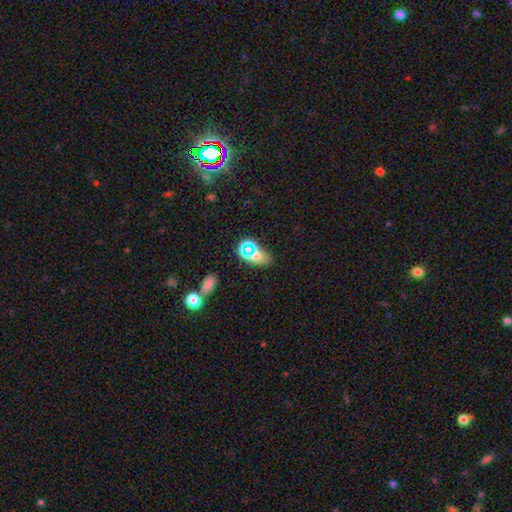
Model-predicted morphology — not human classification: Q: Smooth or featured?
A: smooth (55%); runner-up: star or artifact (33%)
Q: How rounded?
A: in between (79%); runner-up: round (16%)
Q: Merging?
A: none (62%); runner-up: minor disturbance (19%)